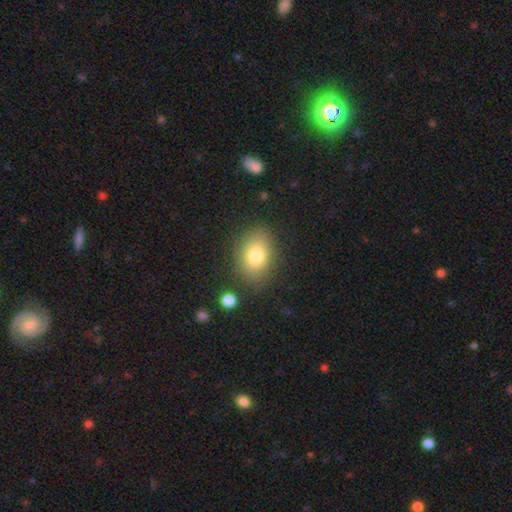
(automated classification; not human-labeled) smooth-or-featured: smooth: 79% | featured or disk: 11% | star or artifact: 10%
  how-rounded: in between: 65% | round: 34% | cigar-shaped: 1%
  merging: none: 83% | minor disturbance: 10% | major disturbance: 4% | merger: 3%